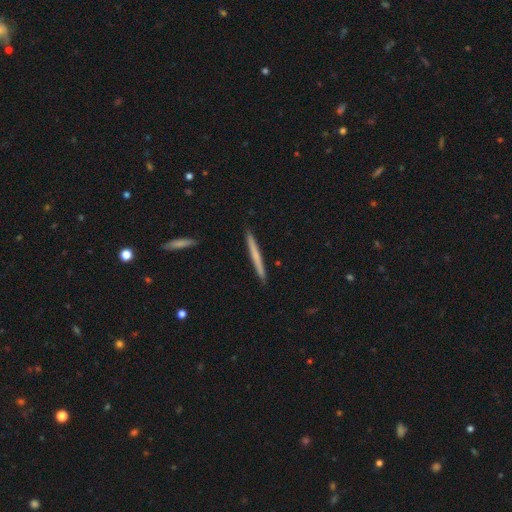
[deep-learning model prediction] A smooth galaxy with no disk features (58%) that is cigar-shaped (97%). Merging: none (92%).